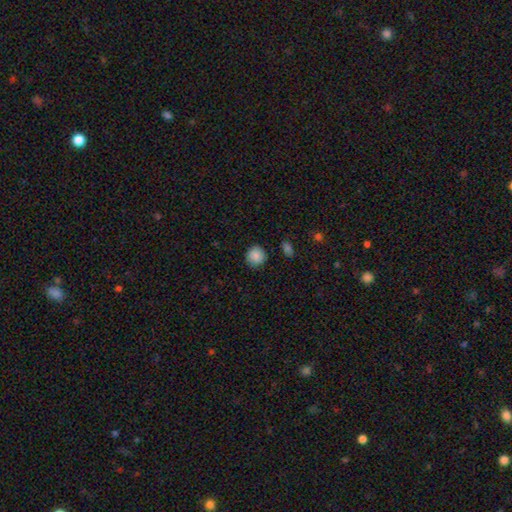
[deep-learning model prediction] Q: Smooth or featured?
A: smooth (88%); runner-up: star or artifact (8%)
Q: How rounded?
A: round (90%); runner-up: in between (9%)
Q: Merging?
A: none (88%); runner-up: minor disturbance (8%)